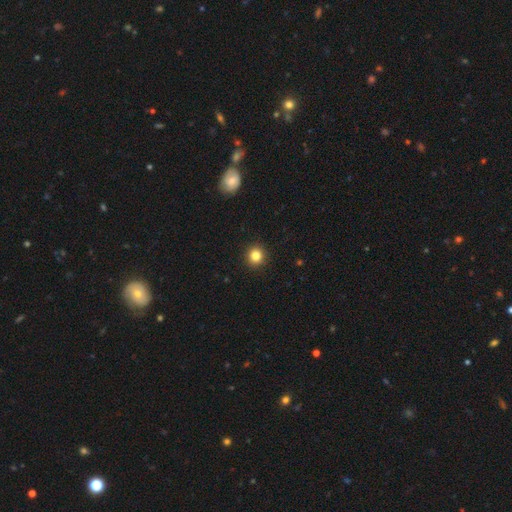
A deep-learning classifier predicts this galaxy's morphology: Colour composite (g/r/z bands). It shows a smooth galaxy with no disk features (83%) that is round (92%). Merging: none (93%).